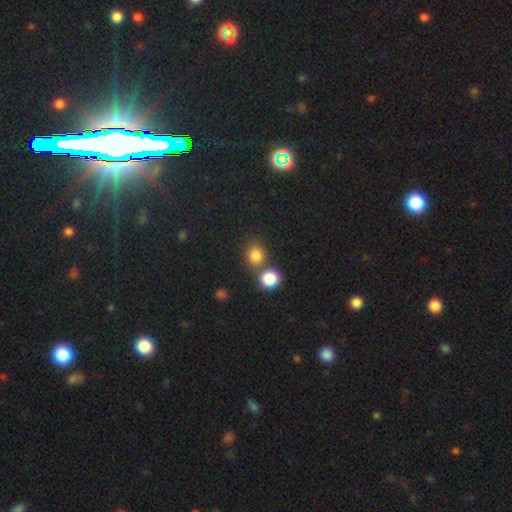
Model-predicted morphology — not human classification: The model was most divided on "merging": none: 60%, merger: 28%, minor disturbance: 9%, major disturbance: 3%. More confident: smooth or featured — smooth (79%); how rounded — round (78%).